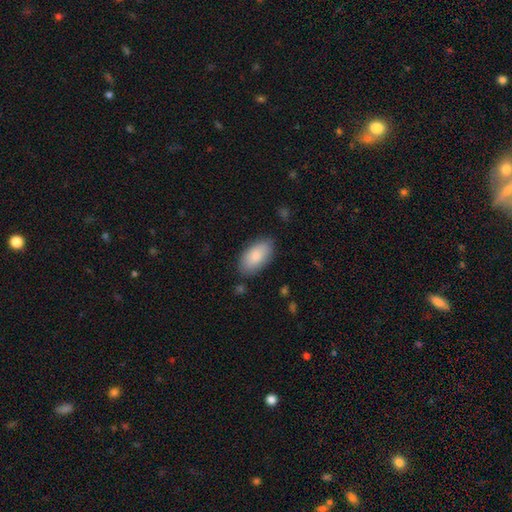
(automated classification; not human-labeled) A smooth galaxy with no disk features (85%) that is in between round and cigar-shaped (95%). Merging: none (83%).